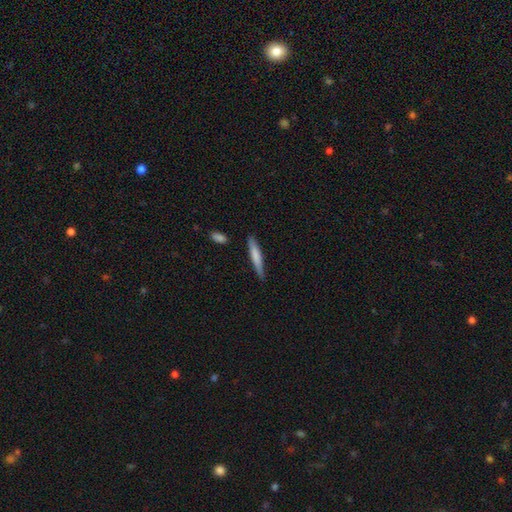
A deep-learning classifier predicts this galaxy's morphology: Q: Smooth or featured?
A: smooth (71%); runner-up: featured or disk (24%)
Q: How rounded?
A: cigar-shaped (92%); runner-up: in between (7%)
Q: Merging?
A: none (80%); runner-up: minor disturbance (15%)